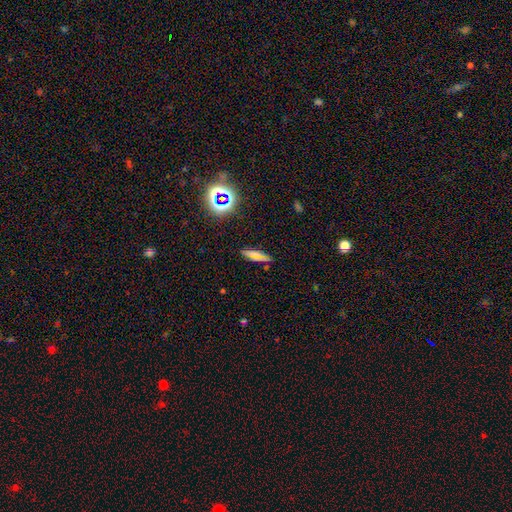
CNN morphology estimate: smooth 61%, featured or disk 24%, star or artifact 15%. Down the decision tree: how rounded — cigar-shaped (66%); merging — none (82%).